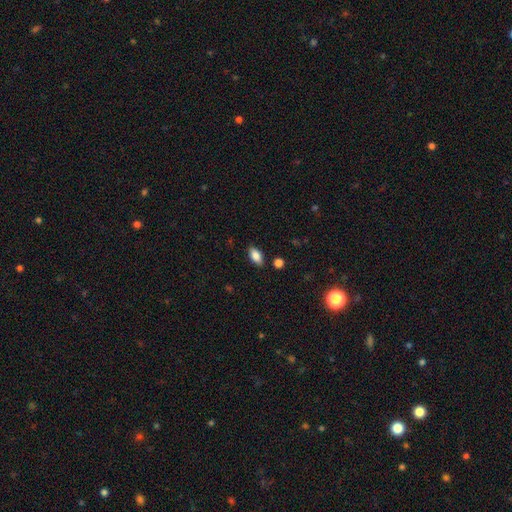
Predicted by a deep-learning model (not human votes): Overall: smooth (83%). How rounded: in between (89%). Merging: none (86%).